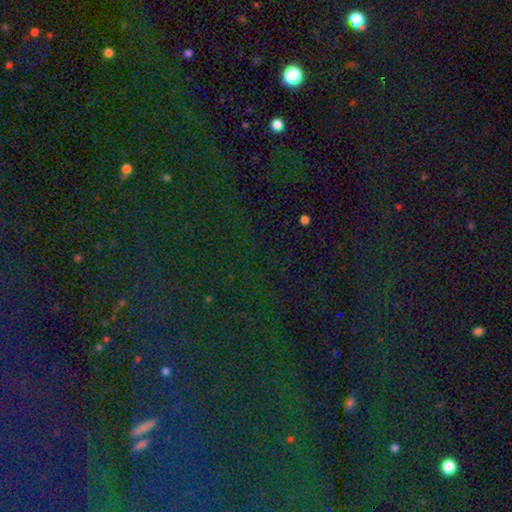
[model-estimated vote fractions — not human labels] Smooth or featured? Predicted: star or artifact (p=0.82).